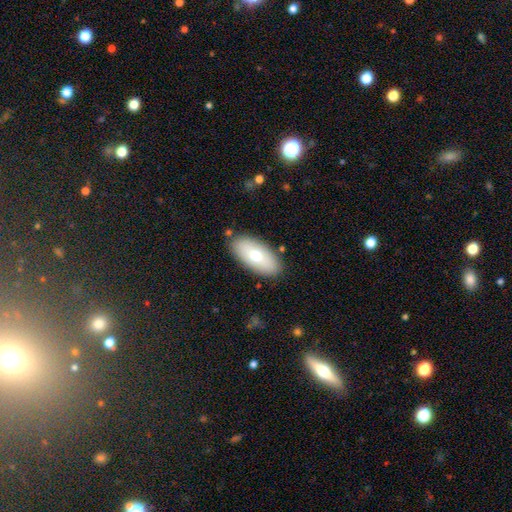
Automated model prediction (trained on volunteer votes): Smooth or featured? smooth (68%)
How rounded? in between (91%)
Merging? none (85%)